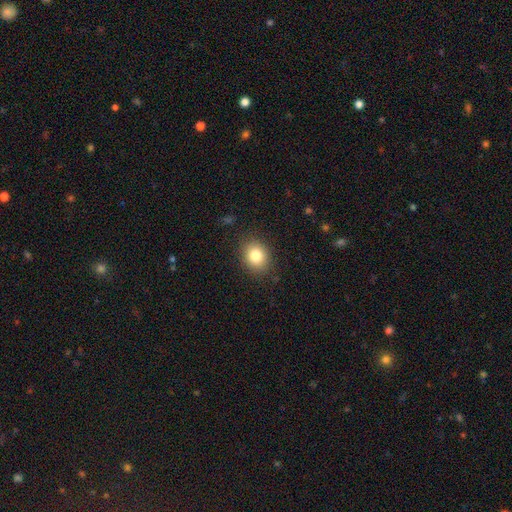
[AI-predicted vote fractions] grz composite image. It shows a smooth galaxy with no disk features (82%) that is round (59%). Merging: none (87%).